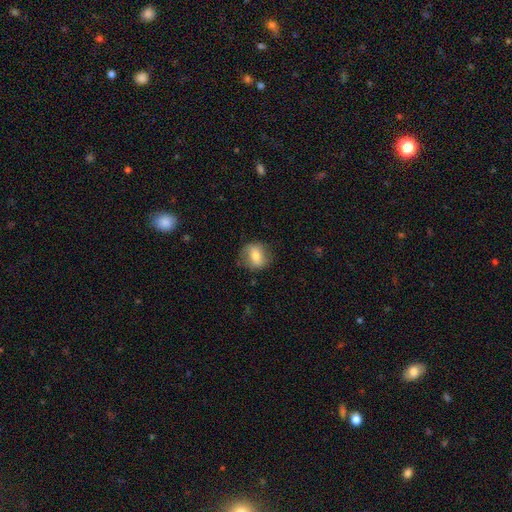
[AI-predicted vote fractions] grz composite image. It shows a smooth galaxy with no disk features (65%) that is round (67%). Merging: none (77%).